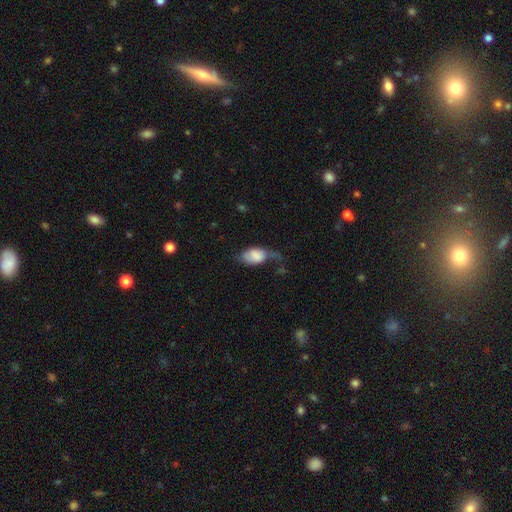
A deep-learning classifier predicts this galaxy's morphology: A smooth galaxy with no disk features (69%) that is in between round and cigar-shaped (90%). Merging: major disturbance (41%).